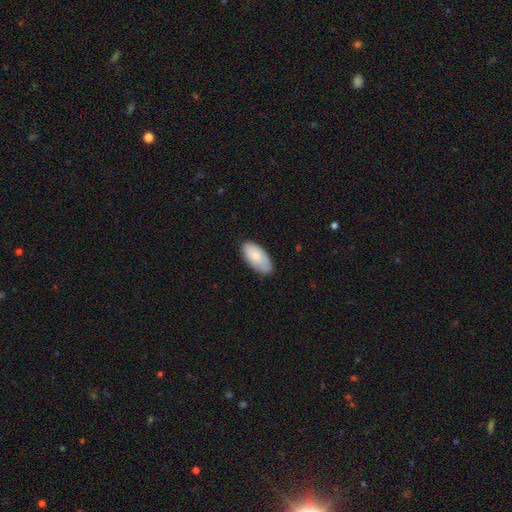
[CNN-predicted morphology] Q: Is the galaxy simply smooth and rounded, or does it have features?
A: smooth — 80%.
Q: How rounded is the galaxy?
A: in between — 95%.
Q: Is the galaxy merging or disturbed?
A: none — 80%.